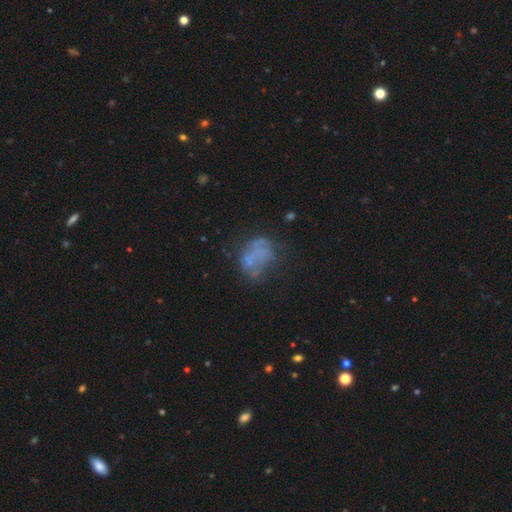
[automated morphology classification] Smooth or featured: featured or disk — 48% (smooth — 32%)
Merging: none — 43% (major disturbance — 28%)